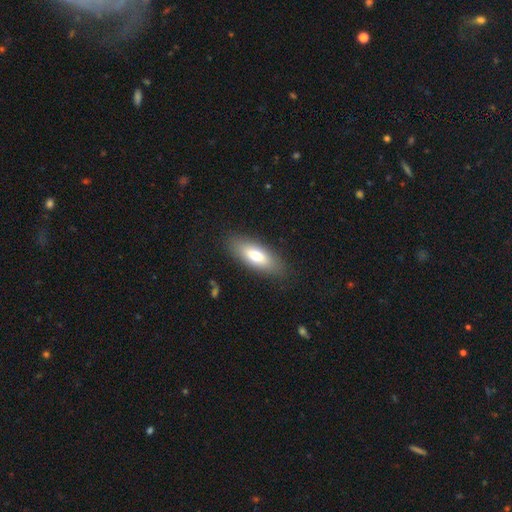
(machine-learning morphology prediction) Smooth or featured?
  - smooth: 72% *
  - featured or disk: 21%
  - star or artifact: 7%
How rounded?
  - in between: 73% *
  - cigar-shaped: 24%
  - round: 2%
Merging?
  - none: 85% *
  - minor disturbance: 11%
  - major disturbance: 3%
  - merger: 1%